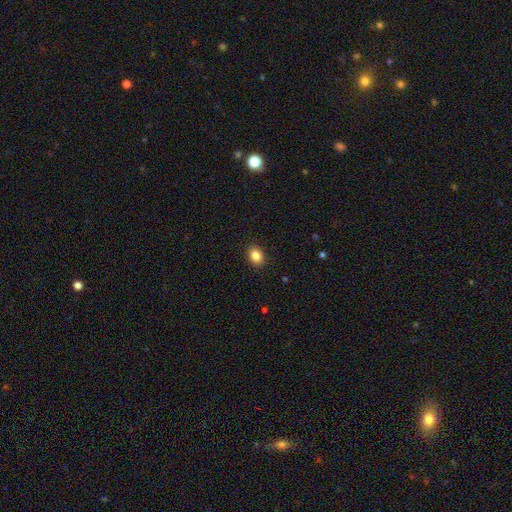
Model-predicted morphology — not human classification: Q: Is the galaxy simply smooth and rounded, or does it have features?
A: smooth — 86%.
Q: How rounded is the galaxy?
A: in between — 56%.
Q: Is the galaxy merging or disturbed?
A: none — 90%.